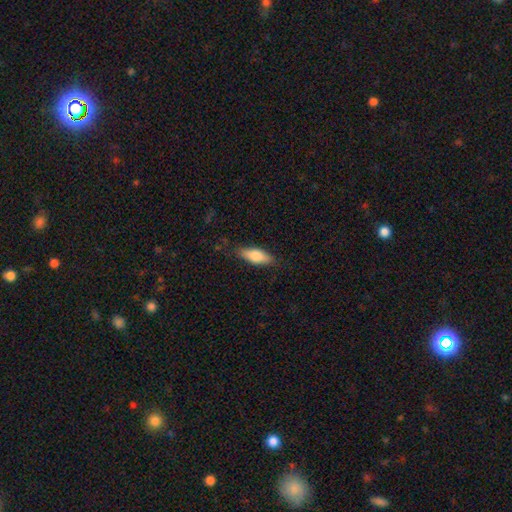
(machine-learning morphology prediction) smooth_or_featured: smooth (p=0.73) [alt: featured or disk p=0.21]
how_rounded: in between (p=0.69) [alt: cigar-shaped p=0.29]
merging: none (p=0.82) [alt: minor disturbance p=0.14]